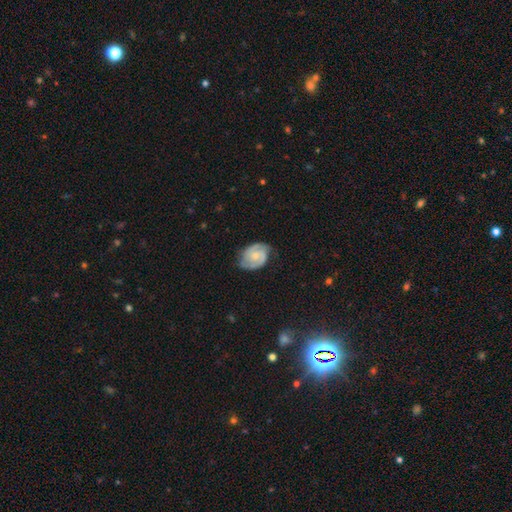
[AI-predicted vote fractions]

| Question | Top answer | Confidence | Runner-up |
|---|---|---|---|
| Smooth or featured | featured or disk | 80% | smooth (15%) |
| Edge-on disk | no | 98% | yes (2%) |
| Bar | no | 62% | weak (32%) |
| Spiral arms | yes | 95% | no (5%) |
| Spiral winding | tight | 46% | medium (43%) |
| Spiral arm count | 2 | 86% | can't tell (6%) |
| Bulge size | small | 50% | moderate (41%) |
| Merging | none | 73% | minor disturbance (20%) |